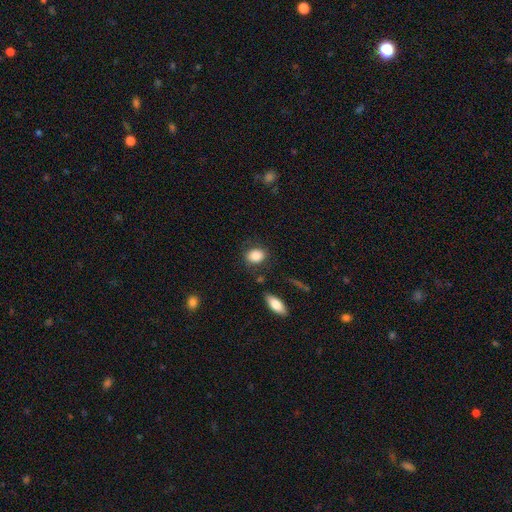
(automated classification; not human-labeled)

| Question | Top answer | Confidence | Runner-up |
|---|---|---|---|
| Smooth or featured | smooth | 84% | featured or disk (8%) |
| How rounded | in between | 60% | round (38%) |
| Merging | none | 79% | minor disturbance (12%) |